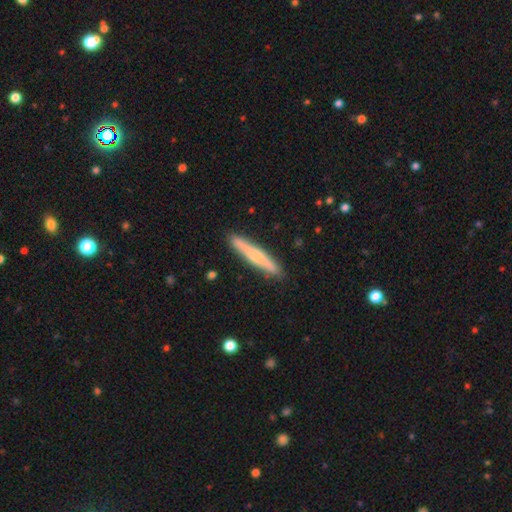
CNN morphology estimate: smooth-or-featured: smooth: 52% | featured or disk: 42% | star or artifact: 5%
  how-rounded: cigar-shaped: 94% | in between: 5% | round: 1%
  merging: none: 89% | minor disturbance: 8% | major disturbance: 1% | merger: 1%